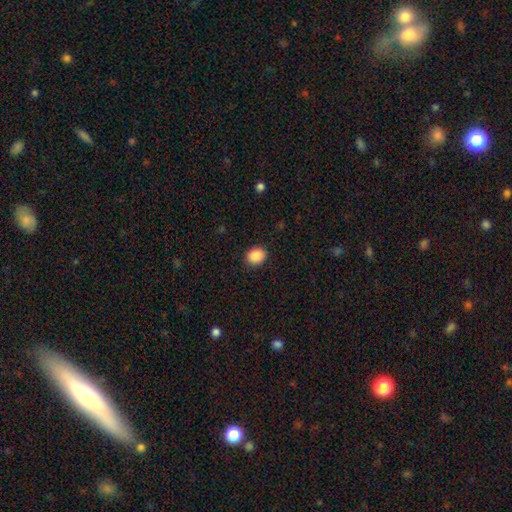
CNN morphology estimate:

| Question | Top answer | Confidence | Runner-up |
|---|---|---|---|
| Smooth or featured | smooth | 88% | star or artifact (8%) |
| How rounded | round | 63% | in between (36%) |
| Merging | none | 89% | minor disturbance (7%) |